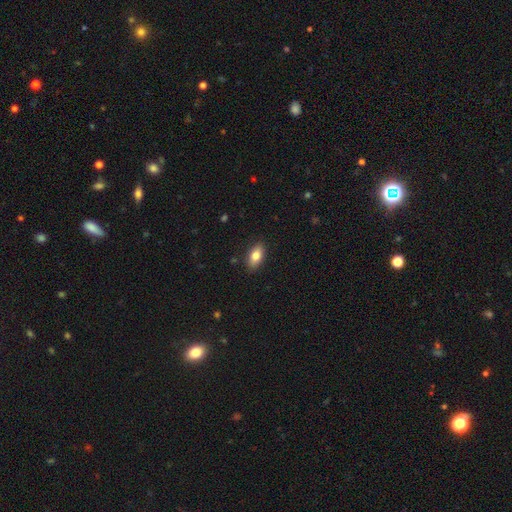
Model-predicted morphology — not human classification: This is clearly a smooth galaxy (80%). How rounded: clearly in between (89%). Merging: clearly none (88%).